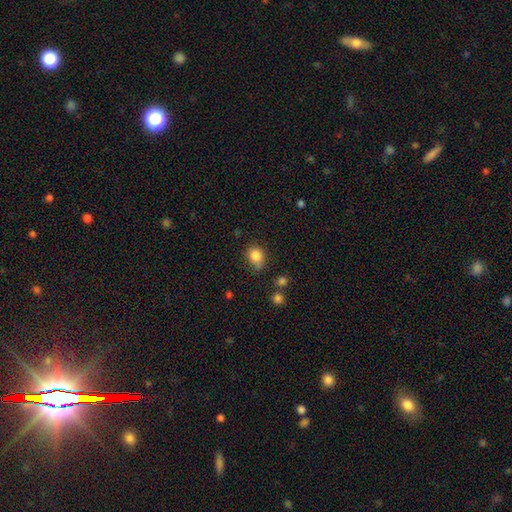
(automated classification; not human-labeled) Smooth or featured? Predicted: smooth (p=0.84). How rounded? Predicted: round (p=0.59). Merging? Predicted: none (p=0.57).